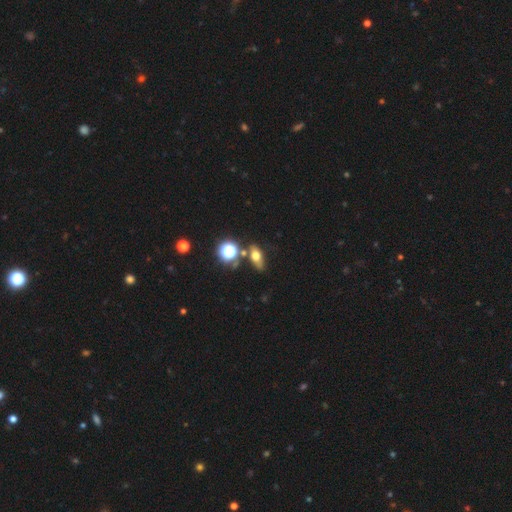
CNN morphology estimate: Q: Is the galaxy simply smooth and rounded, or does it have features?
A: smooth — 60%.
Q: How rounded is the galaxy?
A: in between — 67%.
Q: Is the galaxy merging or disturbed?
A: none — 71%.